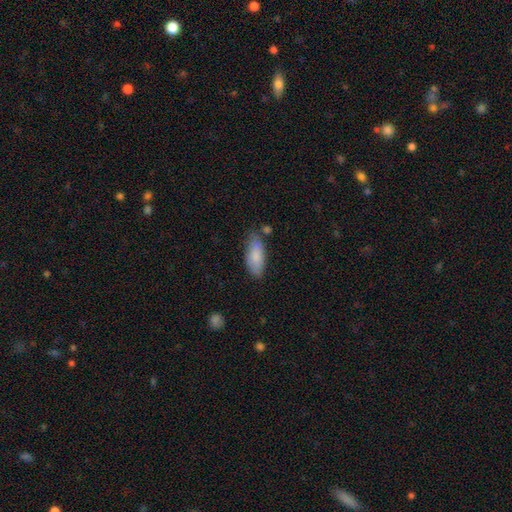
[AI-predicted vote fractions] Smooth or featured: smooth — 83% (featured or disk — 11%)
How rounded: in between — 79% (cigar-shaped — 19%)
Merging: none — 69% (minor disturbance — 23%)